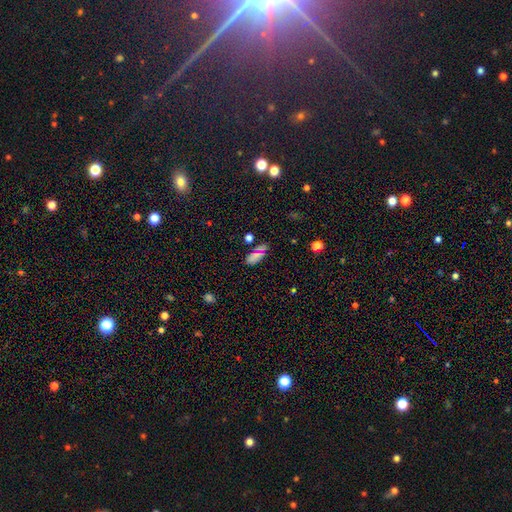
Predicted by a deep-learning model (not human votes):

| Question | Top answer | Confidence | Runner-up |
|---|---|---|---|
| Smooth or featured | smooth | 71% | star or artifact (21%) |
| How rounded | in between | 86% | cigar-shaped (9%) |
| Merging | none | 79% | minor disturbance (13%) |